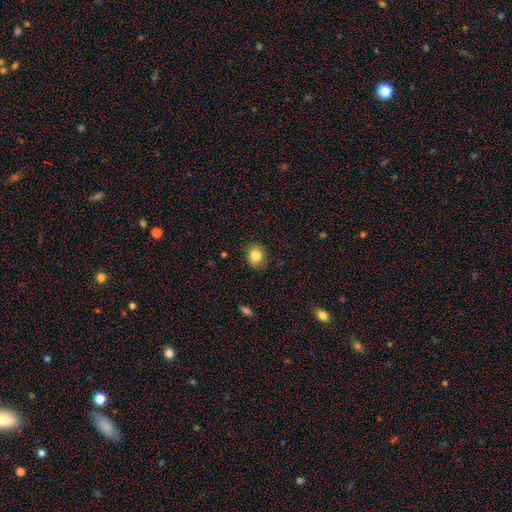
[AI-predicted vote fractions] Smooth or featured: smooth — 83% (star or artifact — 9%)
How rounded: round — 69% (in between — 30%)
Merging: none — 85% (minor disturbance — 12%)